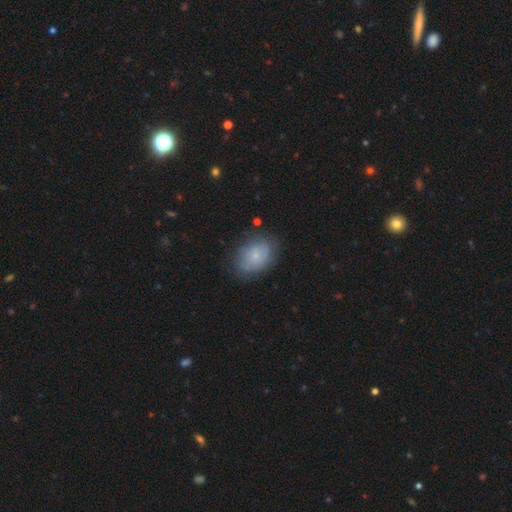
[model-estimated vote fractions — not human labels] The model was most divided on "smooth or featured": smooth: 60%, featured or disk: 32%, star or artifact: 9%. More confident: merging — none (73%); how rounded — in between (70%).